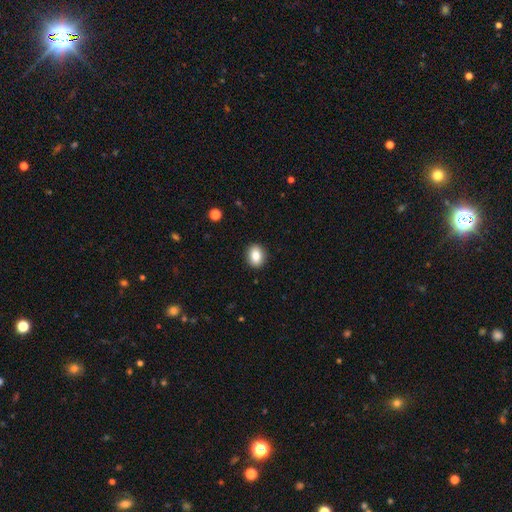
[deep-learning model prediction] smooth 84%, star or artifact 9%, featured or disk 7%. Down the decision tree: how rounded — in between (58%); merging — none (91%).